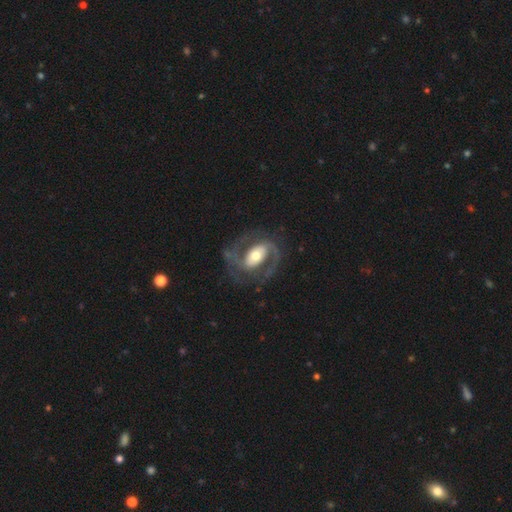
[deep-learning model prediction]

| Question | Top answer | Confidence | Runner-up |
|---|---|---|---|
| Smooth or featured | featured or disk | 85% | smooth (10%) |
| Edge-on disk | no | 97% | yes (3%) |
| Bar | strong | 36% | no (33%) |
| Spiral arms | yes | 92% | no (8%) |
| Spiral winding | medium | 53% | tight (27%) |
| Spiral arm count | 2 | 89% | can't tell (4%) |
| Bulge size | moderate | 60% | large (21%) |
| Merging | none | 73% | minor disturbance (14%) |